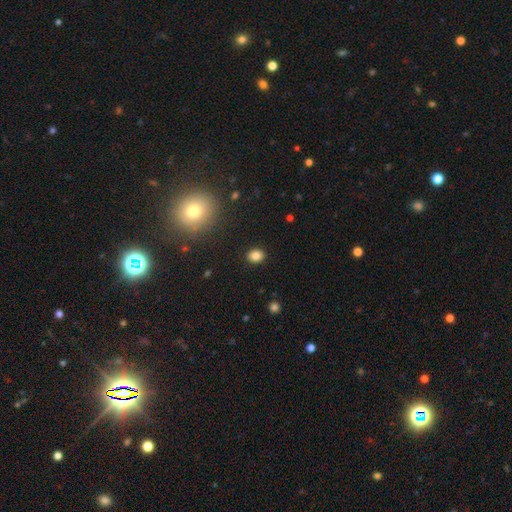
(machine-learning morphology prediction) The model was most divided on "how rounded": round: 51%, in between: 48%, cigar-shaped: 1%. More confident: merging — none (90%); smooth or featured — smooth (83%).